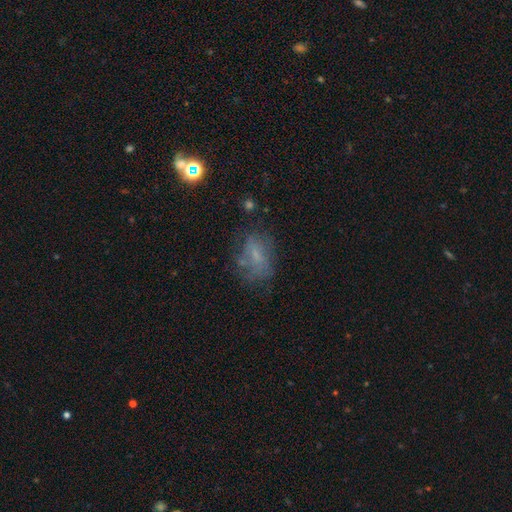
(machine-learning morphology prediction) Q: Smooth or featured?
A: smooth (43%); runner-up: featured or disk (39%)
Q: Merging?
A: none (54%); runner-up: minor disturbance (23%)